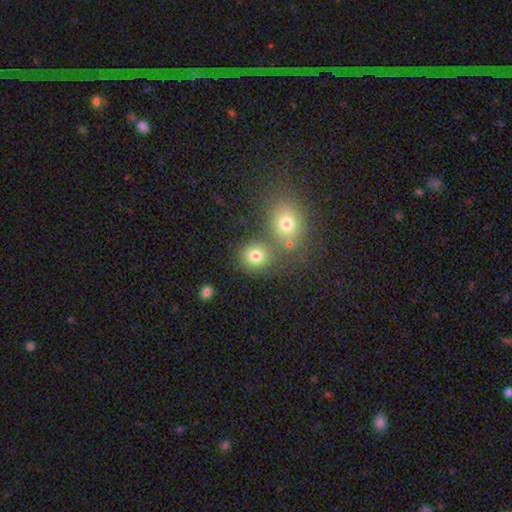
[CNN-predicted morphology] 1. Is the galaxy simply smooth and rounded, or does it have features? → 76% smooth, 16% star or artifact, 8% featured or disk.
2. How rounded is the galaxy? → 80% round, 19% in between, 1% cigar-shaped.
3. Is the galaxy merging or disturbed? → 65% none, 22% merger, 9% minor disturbance, 4% major disturbance.